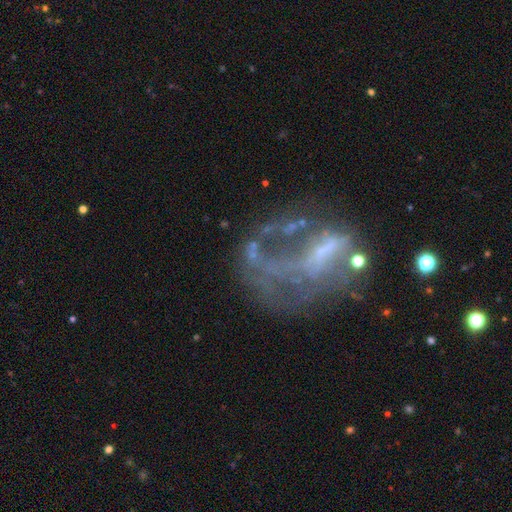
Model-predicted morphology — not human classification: The model was most divided on "merging": major disturbance: 46%, none: 30%, minor disturbance: 15%, merger: 9%. More confident: edge-on disk — no (97%); spiral arms — no (74%); smooth or featured — featured or disk (66%); bar — no (62%); bulge size — none (56%).